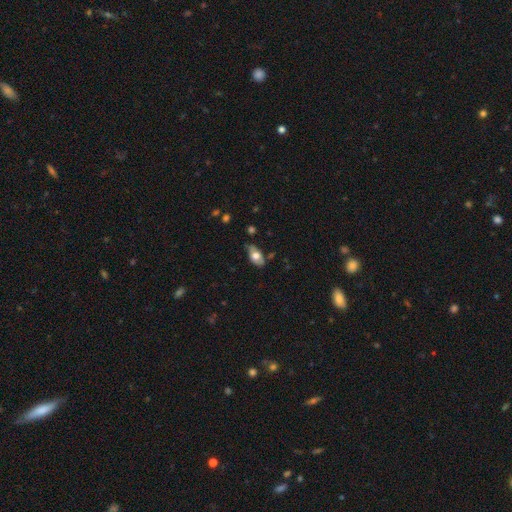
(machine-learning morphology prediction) smooth_or_featured: smooth (p=0.58) [alt: featured or disk p=0.36]
how_rounded: in between (p=0.89) [alt: round p=0.07]
merging: none (p=0.60) [alt: minor disturbance p=0.30]